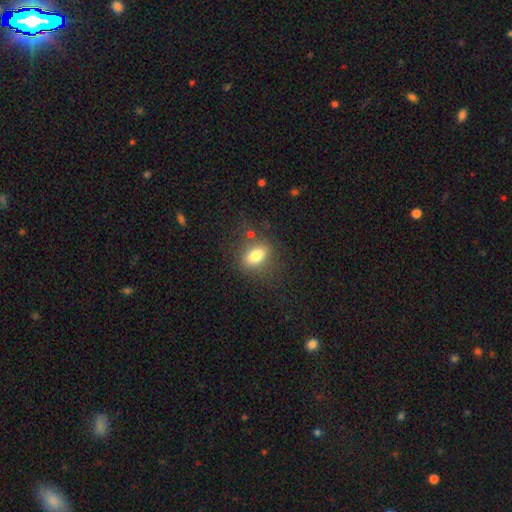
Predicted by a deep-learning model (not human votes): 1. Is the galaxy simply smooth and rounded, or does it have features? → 80% smooth, 10% star or artifact, 10% featured or disk.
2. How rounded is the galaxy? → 78% in between, 18% round, 4% cigar-shaped.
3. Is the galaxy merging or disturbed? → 75% none, 14% minor disturbance, 6% major disturbance, 5% merger.